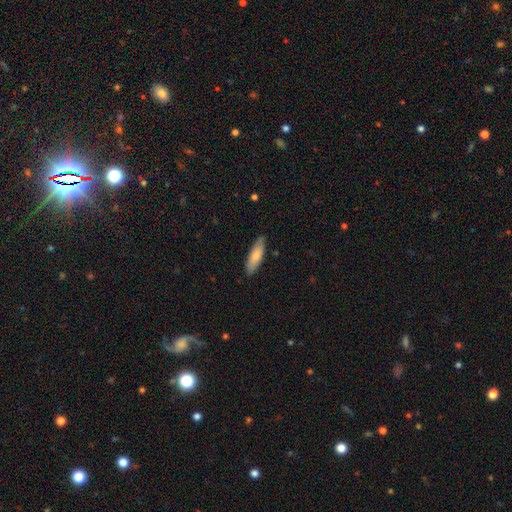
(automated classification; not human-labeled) A smooth galaxy with no disk features (77%) that is cigar-shaped (58%).

Vote fractions:
- Smooth or featured? smooth: 77% / featured or disk: 18% / star or artifact: 5%
- How rounded? cigar-shaped: 58% / in between: 41% / round: 2%
- Merging? none: 84% / minor disturbance: 13% / major disturbance: 2% / merger: 1%